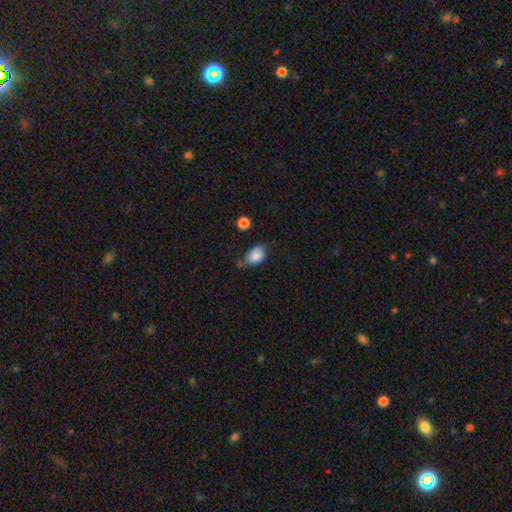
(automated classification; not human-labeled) A smooth galaxy with no disk features (74%) that is in between round and cigar-shaped (84%). Merging: none (47%).